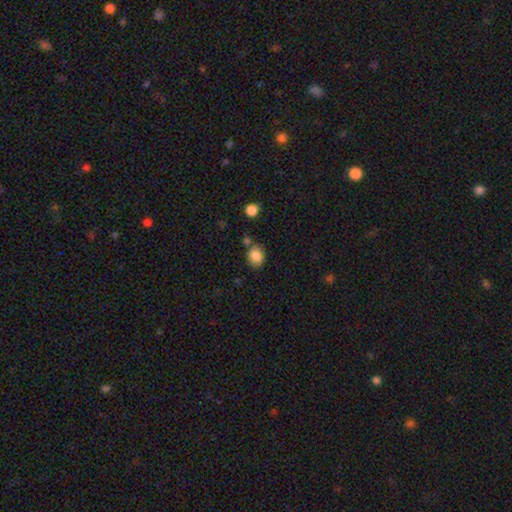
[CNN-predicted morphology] Q: Smooth or featured?
A: smooth (85%); runner-up: star or artifact (10%)
Q: How rounded?
A: round (54%); runner-up: in between (45%)
Q: Merging?
A: none (70%); runner-up: minor disturbance (15%)